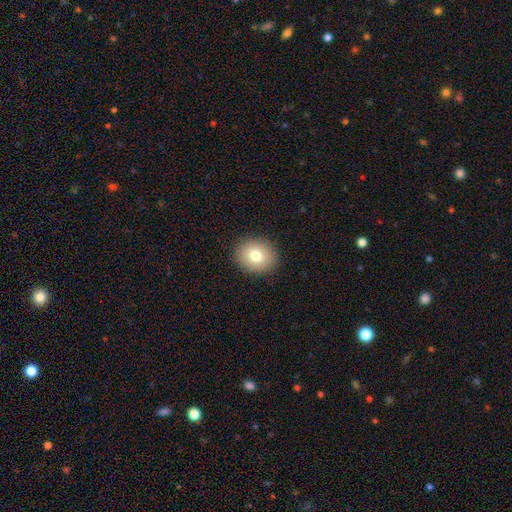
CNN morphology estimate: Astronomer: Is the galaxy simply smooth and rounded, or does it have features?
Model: smooth — 78%.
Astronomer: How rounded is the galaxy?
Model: round — 69%.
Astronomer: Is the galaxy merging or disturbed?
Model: none — 90%.